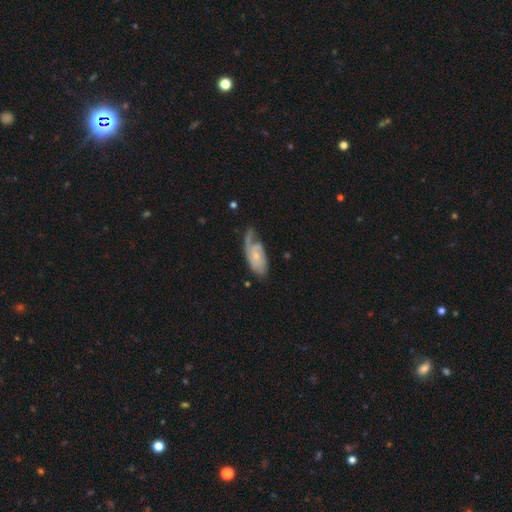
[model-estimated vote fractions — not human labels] The model was most divided on "merging": none: 43%, minor disturbance: 30%, major disturbance: 23%, merger: 4%. More confident: edge-on disk — no (92%); spiral arms — yes (84%); bar — no (72%); bulge size — small (67%); smooth or featured — featured or disk (63%).